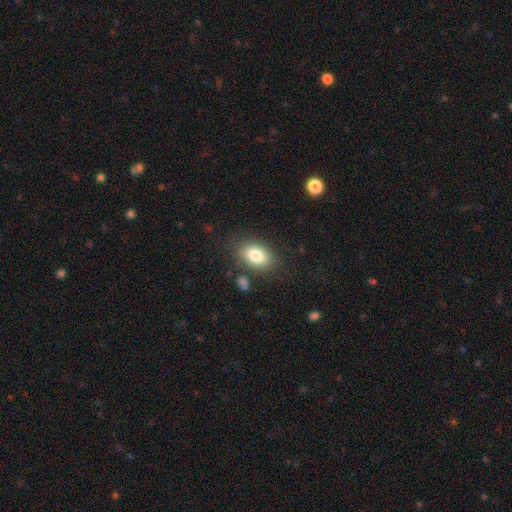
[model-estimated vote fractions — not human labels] A smooth galaxy with no disk features (81%) that is in between round and cigar-shaped (87%). Merging: none (78%).